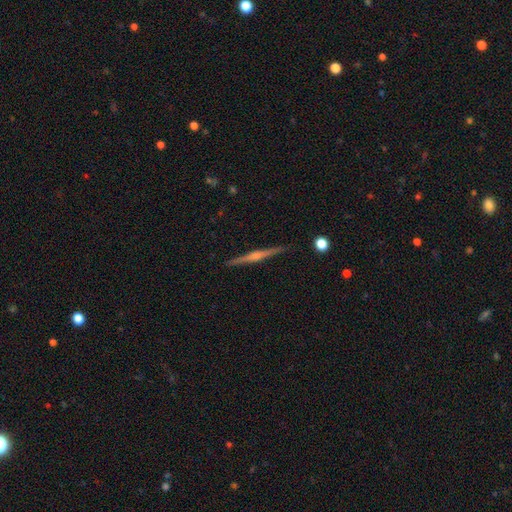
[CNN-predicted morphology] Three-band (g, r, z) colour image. It shows a featured or disk galaxy (79%) viewed edge-on (99%) with a rounded central bulge (77%). Merging: none (92%).